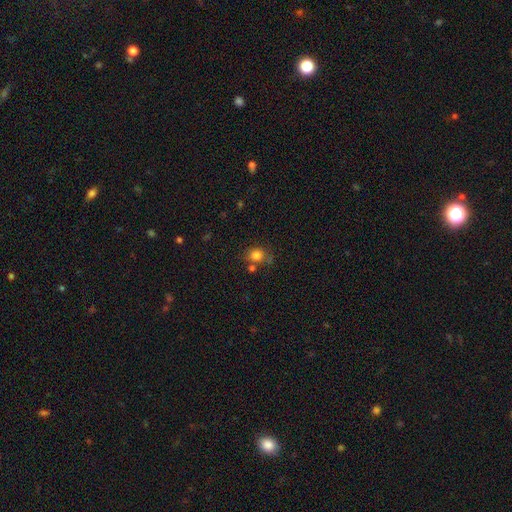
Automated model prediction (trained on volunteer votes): smooth_or_featured: smooth (p=0.81) [alt: star or artifact p=0.12]
how_rounded: round (p=0.68) [alt: in between p=0.31]
merging: none (p=0.66) [alt: minor disturbance p=0.16]